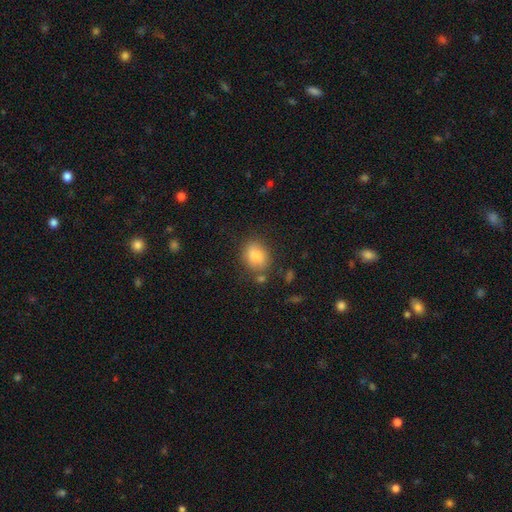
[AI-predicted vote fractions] This appears to be a smooth galaxy with no disk features (83%) that is in between round and cigar-shaped (59%). Merging: none (75%).